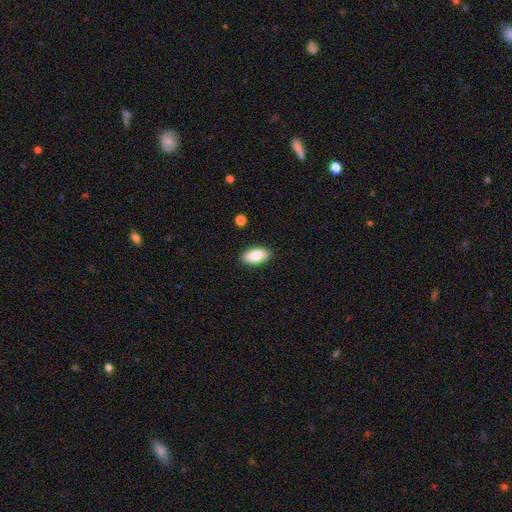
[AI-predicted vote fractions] Morphology: type=smooth (84%); roundness=in between (91%); merging=none (89%).